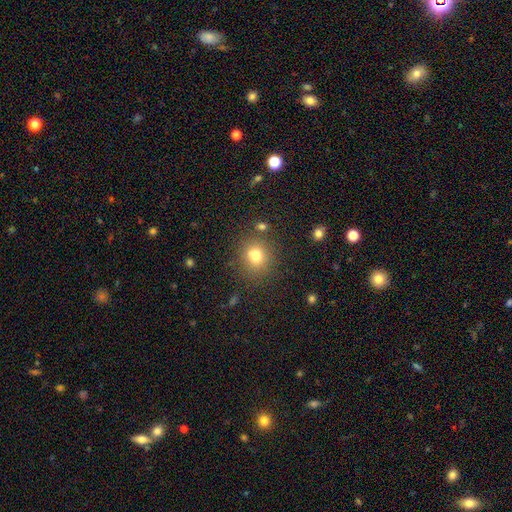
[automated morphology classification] A smooth galaxy with no disk features (76%) that is round (79%).

Vote fractions:
- Smooth or featured? smooth: 76% / star or artifact: 14% / featured or disk: 10%
- How rounded? round: 79% / in between: 20% / cigar-shaped: 1%
- Merging? none: 75% / minor disturbance: 12% / merger: 9% / major disturbance: 4%